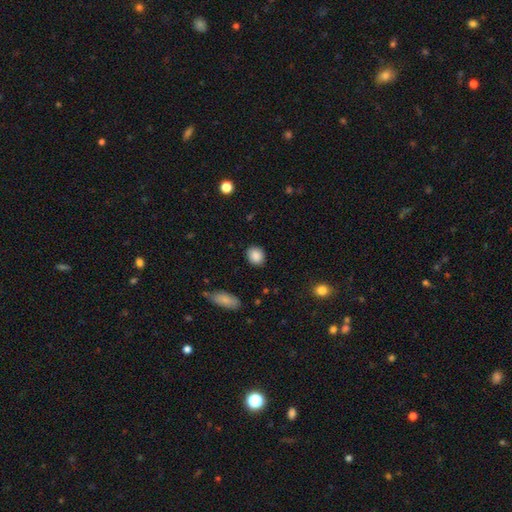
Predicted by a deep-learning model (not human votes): This appears to be a smooth galaxy with no disk features (88%) that is round (62%). Merging: none (88%).